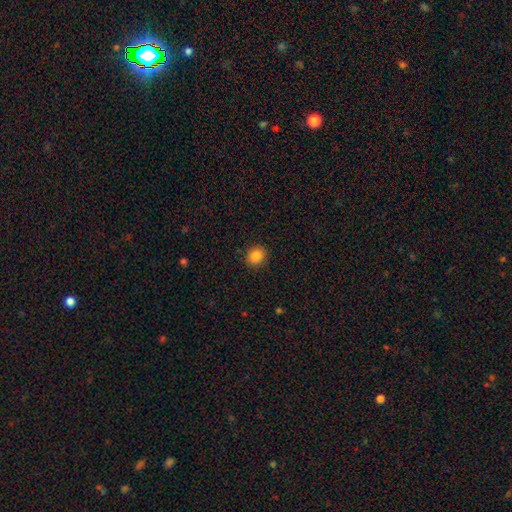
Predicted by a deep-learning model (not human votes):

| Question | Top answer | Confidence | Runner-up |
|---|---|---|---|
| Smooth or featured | smooth | 86% | star or artifact (10%) |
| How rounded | round | 76% | in between (23%) |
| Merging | none | 90% | minor disturbance (7%) |